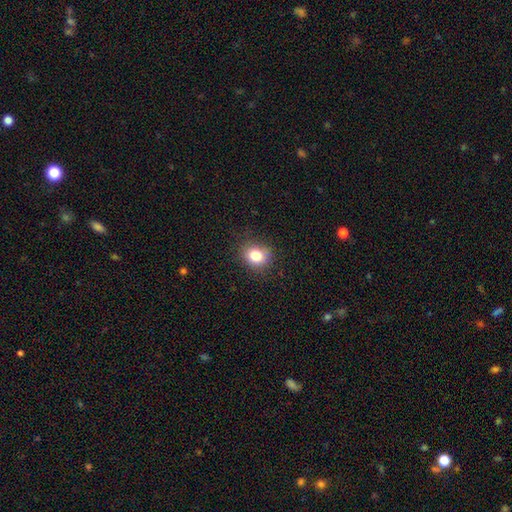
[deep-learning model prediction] Smooth or featured?
  - smooth: 82% *
  - star or artifact: 11%
  - featured or disk: 7%
How rounded?
  - round: 61% *
  - in between: 38%
  - cigar-shaped: 1%
Merging?
  - none: 82% *
  - minor disturbance: 13%
  - major disturbance: 4%
  - merger: 1%